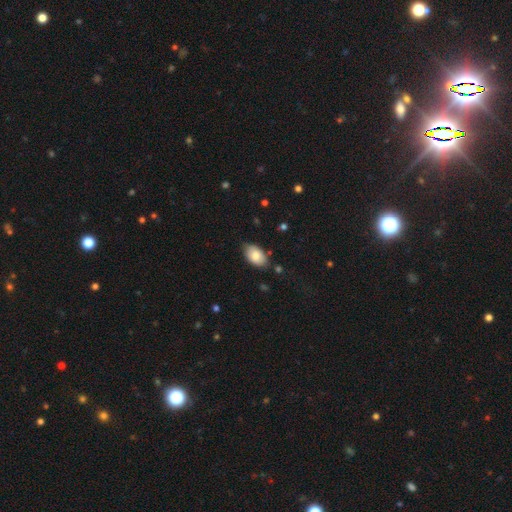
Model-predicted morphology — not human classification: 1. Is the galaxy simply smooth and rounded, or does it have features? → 83% smooth, 10% featured or disk, 7% star or artifact.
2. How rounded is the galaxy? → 92% in between, 6% round, 1% cigar-shaped.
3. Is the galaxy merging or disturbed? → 78% none, 17% minor disturbance, 3% major disturbance, 2% merger.